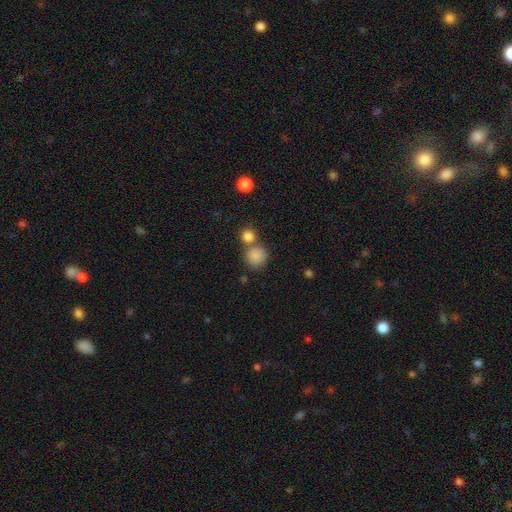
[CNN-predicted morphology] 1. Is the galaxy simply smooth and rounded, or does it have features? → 85% smooth, 10% star or artifact, 5% featured or disk.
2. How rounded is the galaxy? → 89% round, 10% in between, 1% cigar-shaped.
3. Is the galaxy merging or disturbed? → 57% none, 29% merger, 10% minor disturbance, 4% major disturbance.